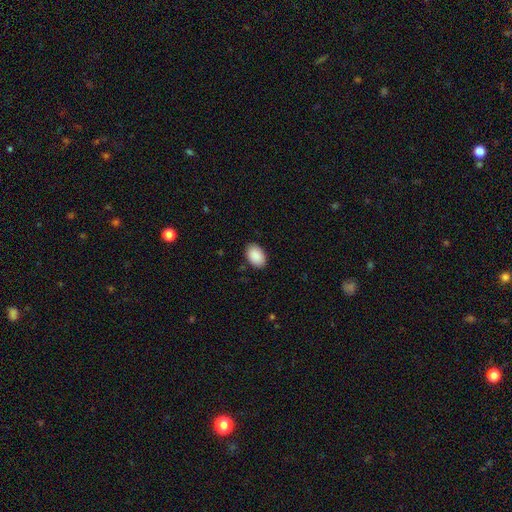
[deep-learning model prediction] smooth 91%, star or artifact 6%, featured or disk 3%. Down the decision tree: how rounded — in between (89%); merging — none (88%).